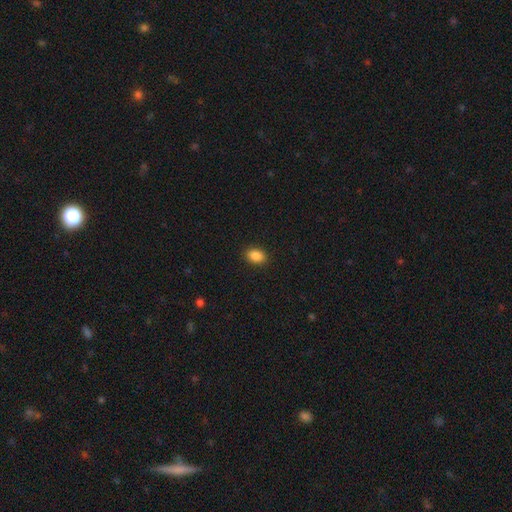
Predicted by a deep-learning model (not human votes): Overall: smooth (88%). How rounded: in between (80%). Merging: none (90%).